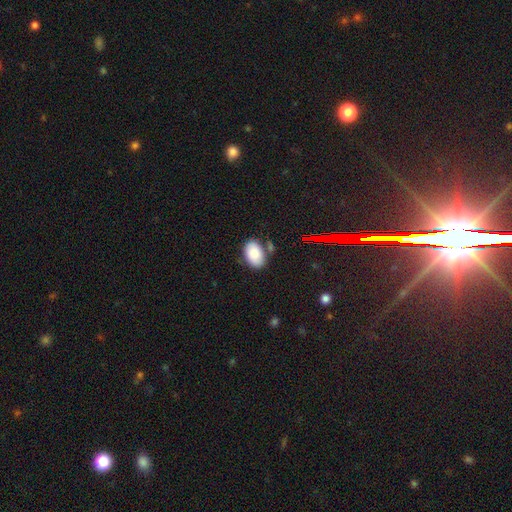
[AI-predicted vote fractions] smooth-or-featured: smooth: 85% | featured or disk: 8% | star or artifact: 8%
  how-rounded: in between: 89% | round: 10% | cigar-shaped: 1%
  merging: none: 69% | minor disturbance: 18% | merger: 8% | major disturbance: 4%